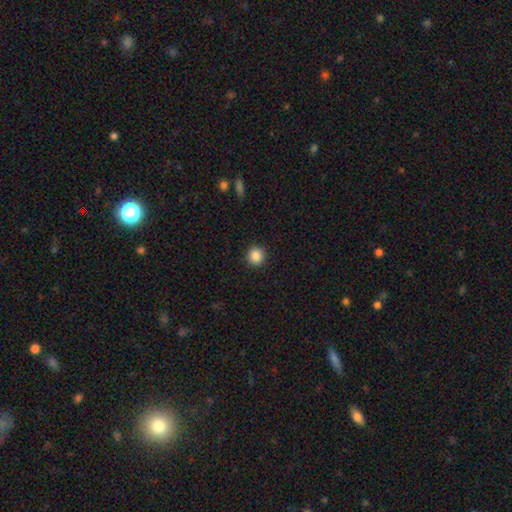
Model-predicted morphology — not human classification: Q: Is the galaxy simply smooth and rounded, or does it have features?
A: smooth — 88%.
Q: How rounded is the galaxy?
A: round — 91%.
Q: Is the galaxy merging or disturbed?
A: none — 91%.